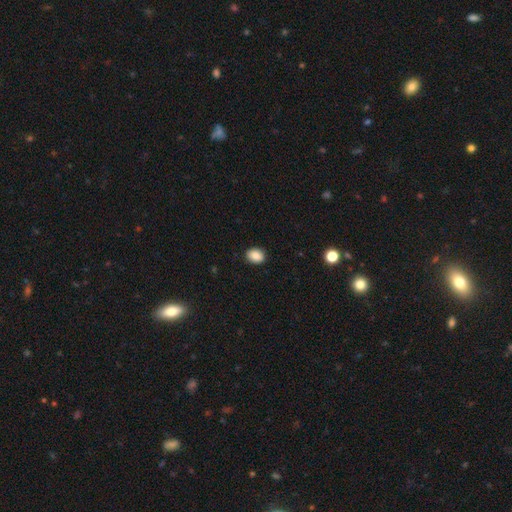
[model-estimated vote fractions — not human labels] smooth-or-featured: smooth: 87% | star or artifact: 8% | featured or disk: 5%
  how-rounded: in between: 61% | round: 38% | cigar-shaped: 1%
  merging: none: 90% | minor disturbance: 7% | major disturbance: 2% | merger: 1%